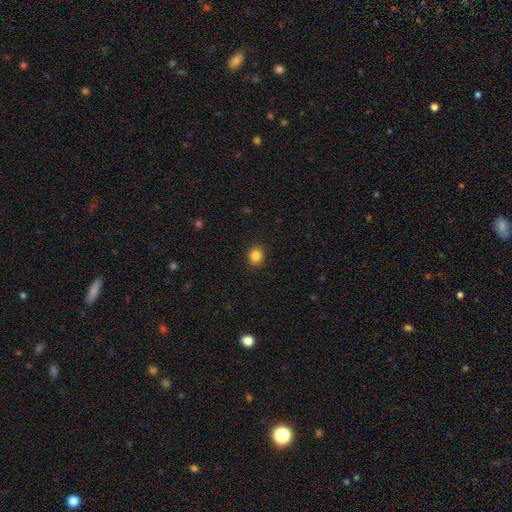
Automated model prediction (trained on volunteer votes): This appears to be a smooth galaxy with no disk features (86%) that is round (73%). Merging: none (90%).